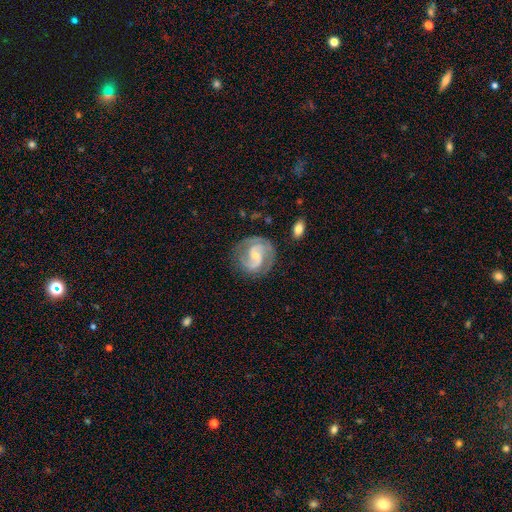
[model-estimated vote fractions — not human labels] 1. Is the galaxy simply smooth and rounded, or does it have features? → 86% featured or disk, 9% smooth, 5% star or artifact.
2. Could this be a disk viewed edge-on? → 98% no, 2% yes.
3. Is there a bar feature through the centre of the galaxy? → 47% no, 40% weak, 12% strong.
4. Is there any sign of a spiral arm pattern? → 96% yes, 4% no.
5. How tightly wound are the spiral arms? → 48% medium, 38% tight, 14% loose.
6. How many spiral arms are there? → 77% 2, 9% 3, 8% can't tell, 3% 1, 2% 4, 2% more than 4.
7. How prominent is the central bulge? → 68% small, 28% moderate, 2% none, 1% large, 1% dominant.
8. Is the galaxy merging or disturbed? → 75% none, 16% minor disturbance, 7% major disturbance, 2% merger.